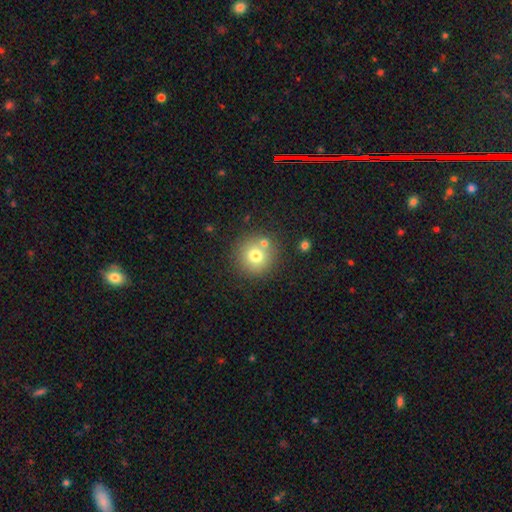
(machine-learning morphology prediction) smooth 73%, featured or disk 14%, star or artifact 13%. Down the decision tree: how rounded — round (93%); merging — none (72%).